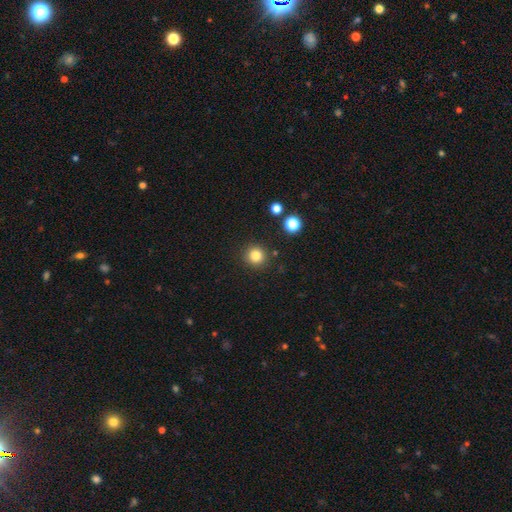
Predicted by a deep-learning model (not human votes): Smooth or featured? Predicted: smooth (p=0.83). How rounded? Predicted: round (p=0.93). Merging? Predicted: none (p=0.89).